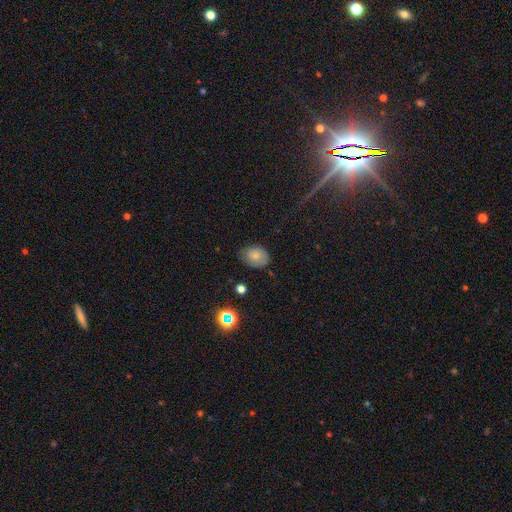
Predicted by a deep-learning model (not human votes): A smooth galaxy with no disk features (78%) that is in between round and cigar-shaped (66%). Merging: none (64%).